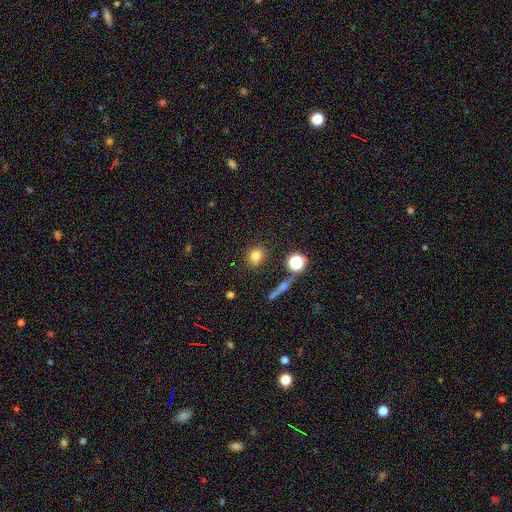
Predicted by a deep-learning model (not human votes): This is likely a smooth galaxy (75%). How rounded: likely round (74%). Merging: clearly none (85%).